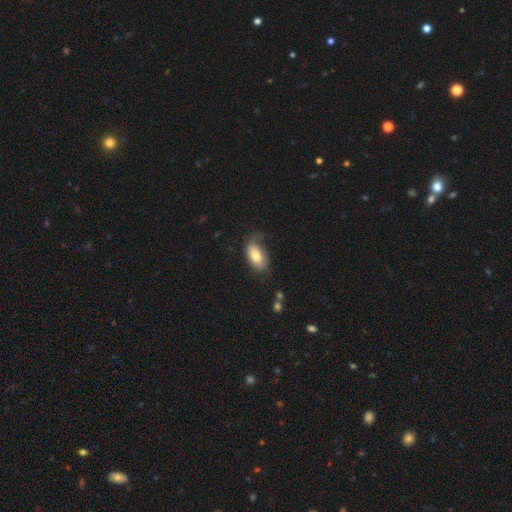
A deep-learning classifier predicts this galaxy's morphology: The model was most divided on "merging": none: 59%, minor disturbance: 28%, major disturbance: 11%, merger: 2%. More confident: how rounded — in between (91%); smooth or featured — smooth (73%).